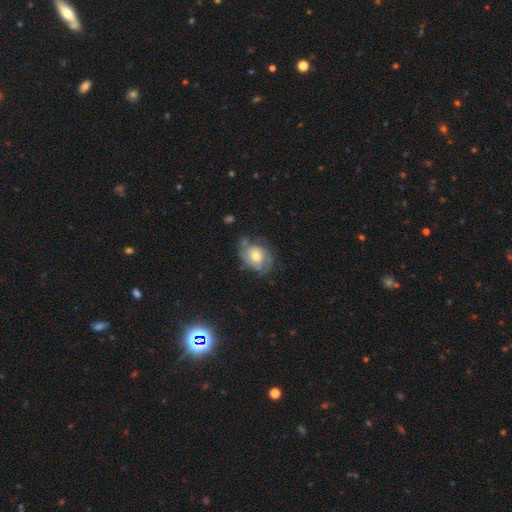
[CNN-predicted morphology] Q: Smooth or featured?
A: featured or disk (72%); runner-up: smooth (21%)
Q: Edge-on disk?
A: no (97%); runner-up: yes (3%)
Q: Bar?
A: no (71%); runner-up: weak (25%)
Q: Spiral arms?
A: yes (90%); runner-up: no (10%)
Q: Spiral winding?
A: tight (53%); runner-up: medium (35%)
Q: Spiral arm count?
A: 2 (57%); runner-up: can't tell (22%)
Q: Bulge size?
A: moderate (66%); runner-up: small (22%)
Q: Merging?
A: none (65%); runner-up: minor disturbance (23%)